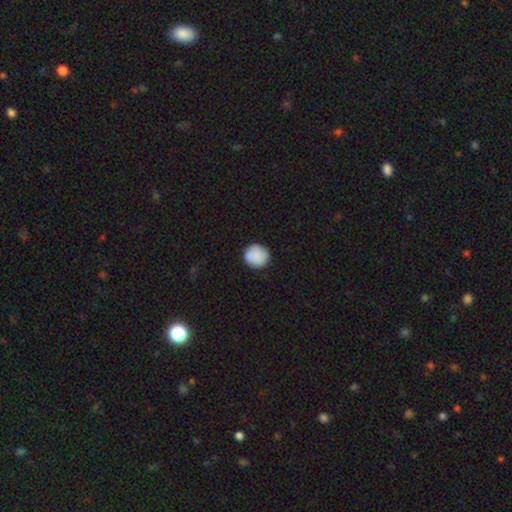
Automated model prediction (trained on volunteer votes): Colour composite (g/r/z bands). It shows a smooth galaxy with no disk features (88%) that is round (91%). Merging: none (89%).